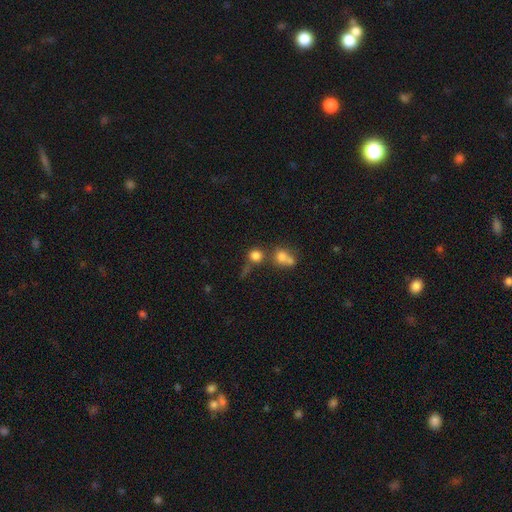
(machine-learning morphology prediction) Smooth or featured? smooth (76%)
How rounded? round (86%)
Merging? none (53%)